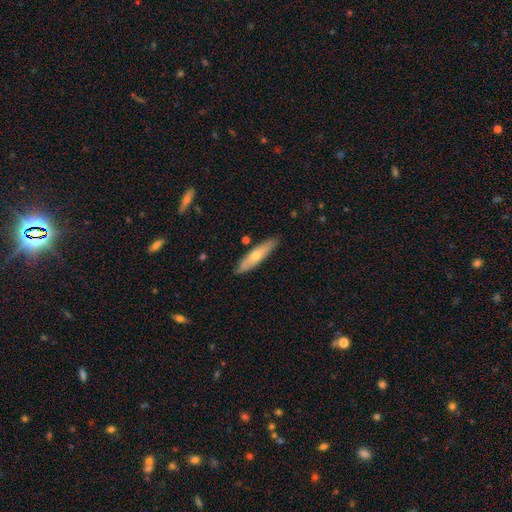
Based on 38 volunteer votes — Volunteers were most divided on "smooth or featured": smooth: 55%, featured or disk: 37%, star or artifact: 8%. More confident: merging — none (89%); how rounded — cigar-shaped (86%).